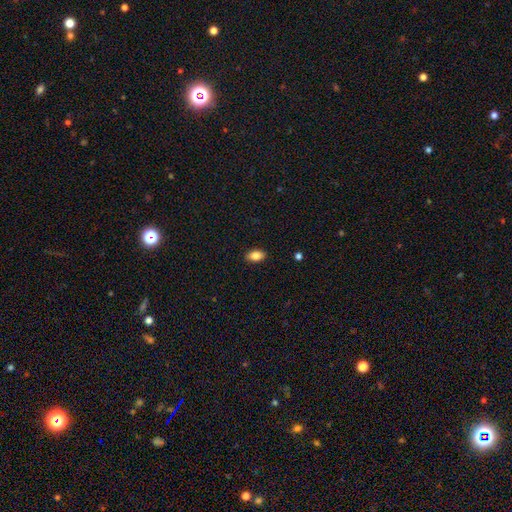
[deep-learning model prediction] A smooth galaxy with no disk features (85%) that is in between round and cigar-shaped (90%).

Vote fractions:
- Smooth or featured? smooth: 85% / star or artifact: 8% / featured or disk: 7%
- How rounded? in between: 90% / round: 7% / cigar-shaped: 3%
- Merging? none: 89% / minor disturbance: 8% / major disturbance: 2% / merger: 1%